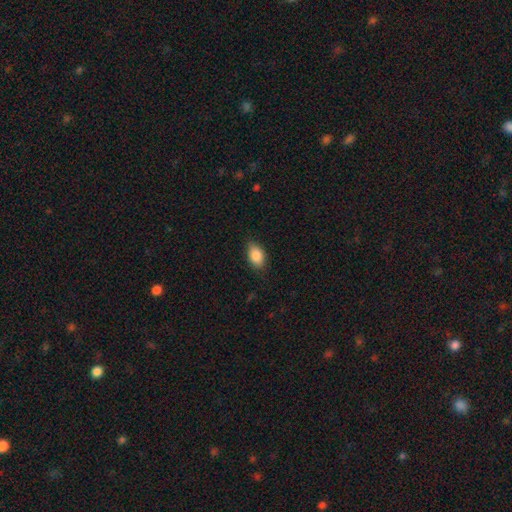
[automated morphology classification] A smooth galaxy with no disk features (86%) that is in between round and cigar-shaped (88%). Merging: none (82%).